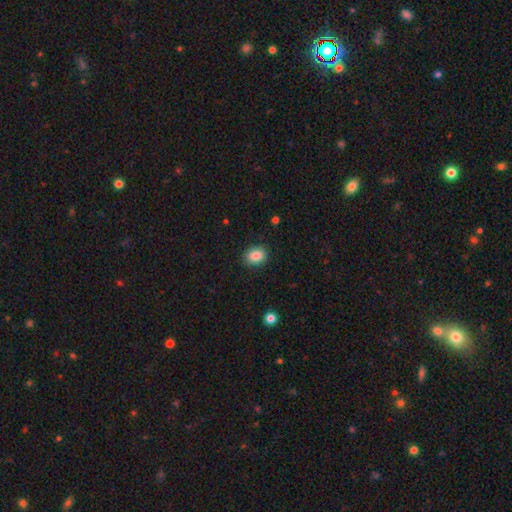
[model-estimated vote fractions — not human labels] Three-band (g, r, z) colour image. It shows a smooth galaxy with no disk features (87%) that is in between round and cigar-shaped (59%). Merging: none (87%).